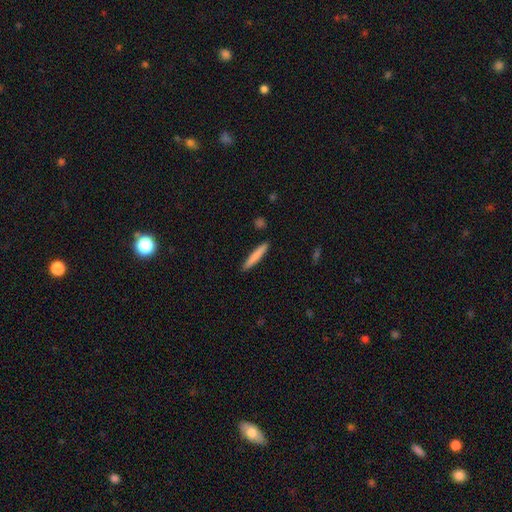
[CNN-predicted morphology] A smooth galaxy with no disk features (77%) that is cigar-shaped (94%). Merging: none (90%).